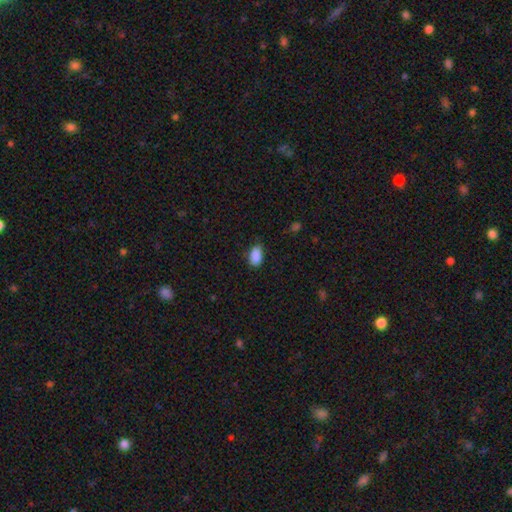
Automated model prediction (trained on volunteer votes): smooth-or-featured: smooth: 89% | star or artifact: 8% | featured or disk: 3%
  how-rounded: in between: 92% | round: 7% | cigar-shaped: 2%
  merging: none: 77% | minor disturbance: 18% | major disturbance: 3% | merger: 1%